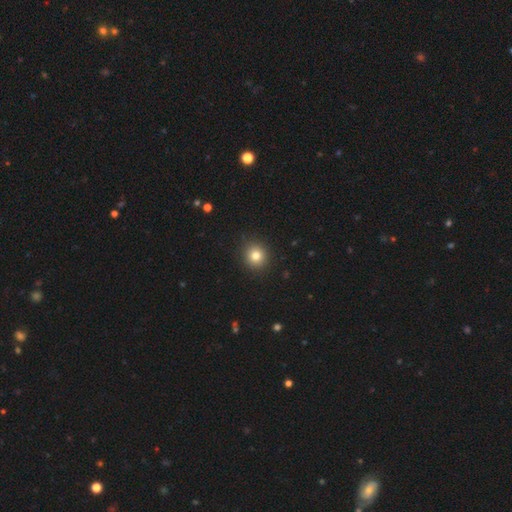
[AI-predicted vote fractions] Smooth or featured?
  - smooth: 82% *
  - star or artifact: 11%
  - featured or disk: 7%
How rounded?
  - round: 89% *
  - in between: 10%
  - cigar-shaped: 1%
Merging?
  - none: 92% *
  - minor disturbance: 5%
  - major disturbance: 2%
  - merger: 1%